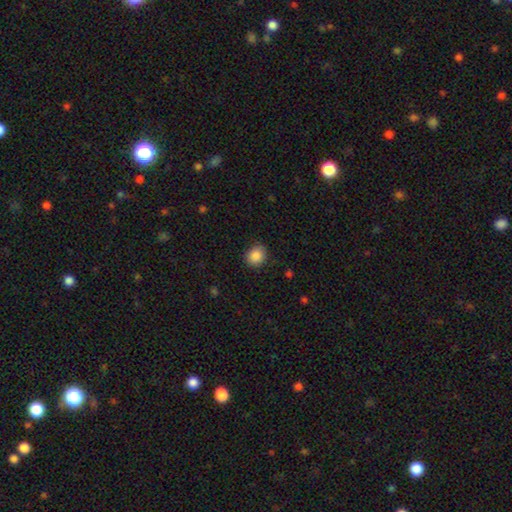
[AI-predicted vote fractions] This appears to be a smooth galaxy with no disk features (88%) that is round (69%). Merging: none (86%).